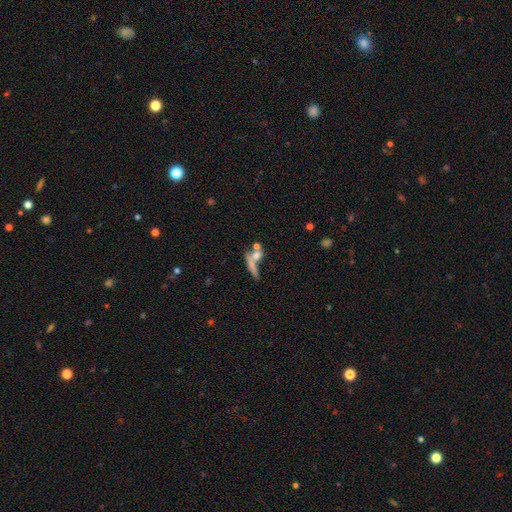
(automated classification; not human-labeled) Smooth or featured?
  - smooth: 58% *
  - featured or disk: 29%
  - star or artifact: 13%
How rounded?
  - cigar-shaped: 47% *
  - in between: 27%
  - round: 26%
Merging?
  - merger: 39% *
  - none: 38%
  - minor disturbance: 12%
  - major disturbance: 11%